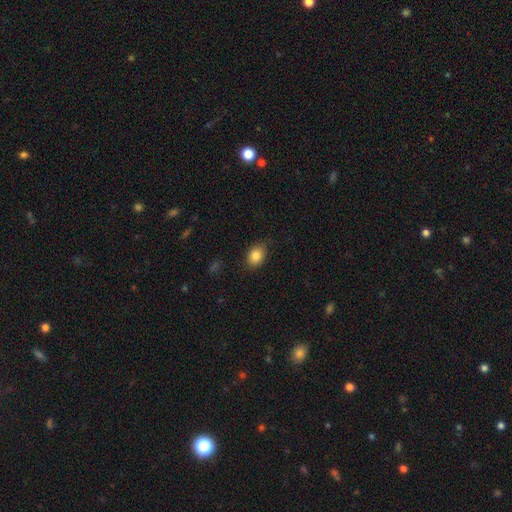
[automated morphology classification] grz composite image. It shows a smooth galaxy with no disk features (84%) that is in between round and cigar-shaped (72%). Merging: none (80%).